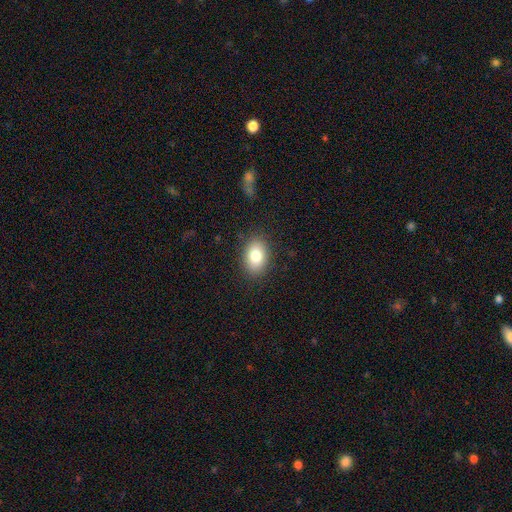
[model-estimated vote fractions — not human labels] Smooth or featured?
  - smooth: 81% *
  - featured or disk: 11%
  - star or artifact: 8%
How rounded?
  - in between: 83% *
  - round: 15%
  - cigar-shaped: 1%
Merging?
  - none: 87% *
  - minor disturbance: 9%
  - major disturbance: 3%
  - merger: 1%